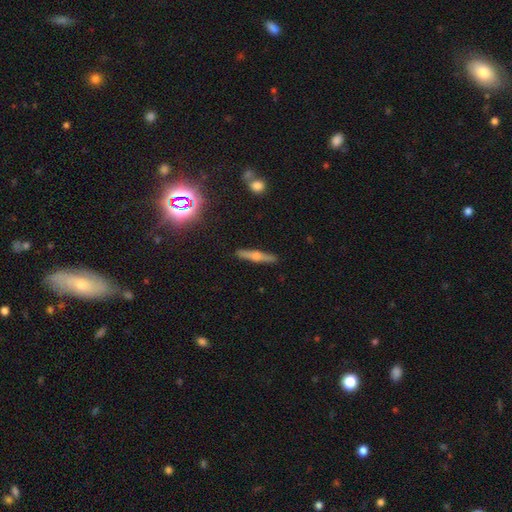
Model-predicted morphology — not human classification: Smooth or featured: featured or disk — 50% (smooth — 31%)
Edge-on disk: yes — 92% (no — 8%)
Merging: none — 88% (minor disturbance — 9%)